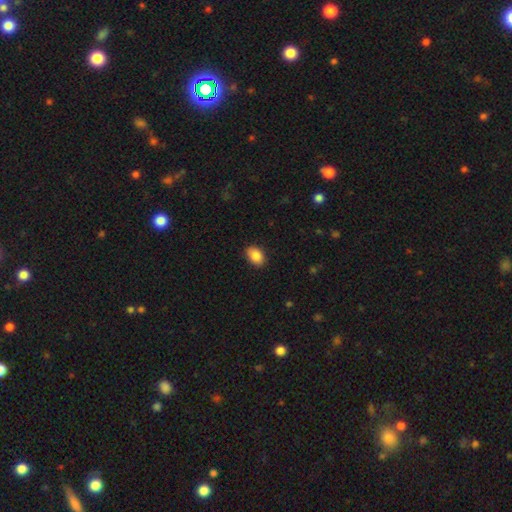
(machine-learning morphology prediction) Smooth or featured: smooth — 88% (star or artifact — 8%)
How rounded: in between — 82% (round — 17%)
Merging: none — 86% (minor disturbance — 11%)